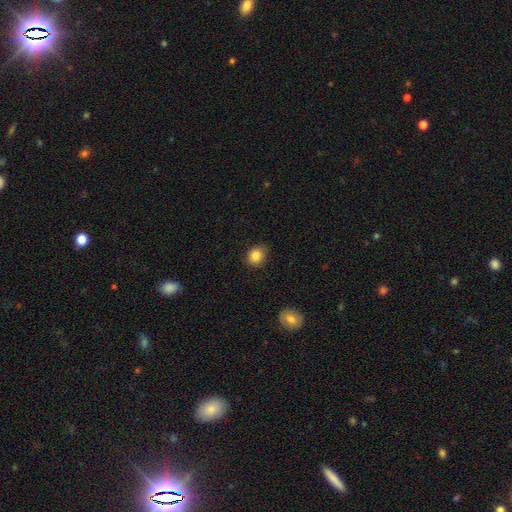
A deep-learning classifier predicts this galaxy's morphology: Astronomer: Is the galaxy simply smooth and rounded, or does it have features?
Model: smooth — 85%.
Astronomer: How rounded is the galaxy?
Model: round — 68%.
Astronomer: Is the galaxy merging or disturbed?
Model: none — 83%.